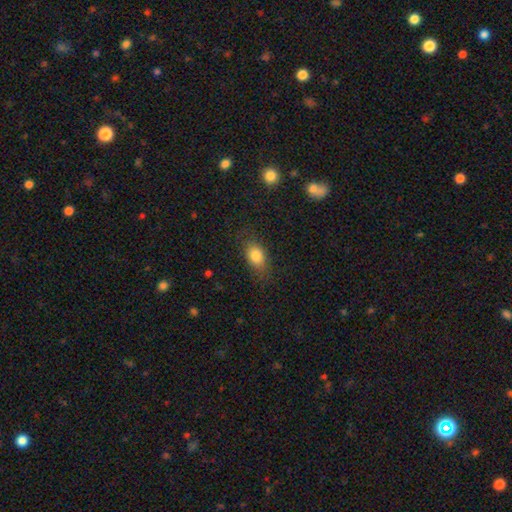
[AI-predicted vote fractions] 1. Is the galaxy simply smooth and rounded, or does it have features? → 81% smooth, 10% featured or disk, 9% star or artifact.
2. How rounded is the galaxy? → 82% in between, 14% round, 4% cigar-shaped.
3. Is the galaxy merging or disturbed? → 75% none, 17% minor disturbance, 6% major disturbance, 1% merger.